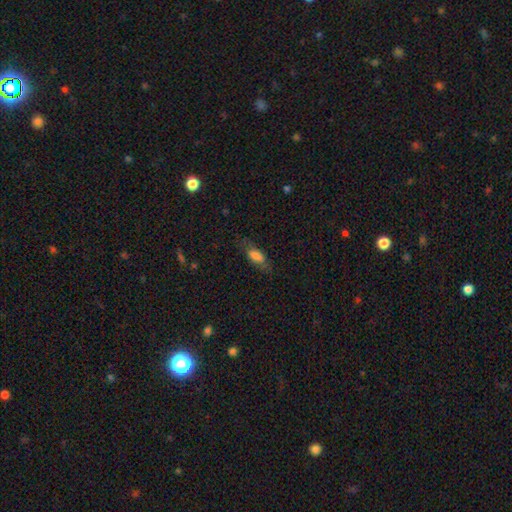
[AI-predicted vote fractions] Smooth or featured? smooth (71%)
How rounded? in between (73%)
Merging? none (67%)